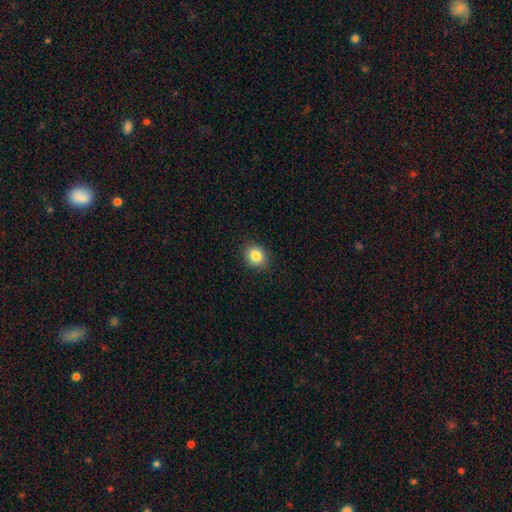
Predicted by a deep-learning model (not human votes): Smooth or featured? smooth (84%)
How rounded? round (64%)
Merging? none (88%)